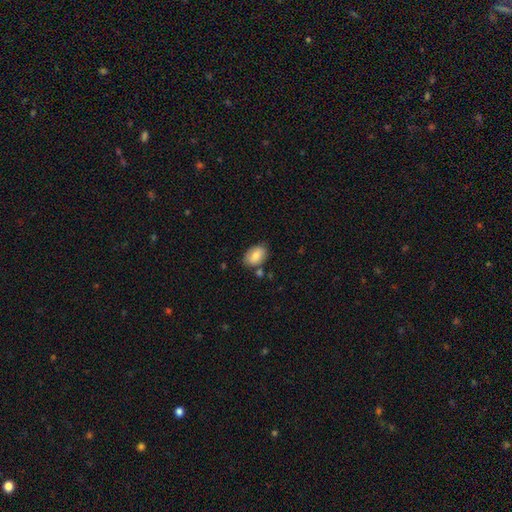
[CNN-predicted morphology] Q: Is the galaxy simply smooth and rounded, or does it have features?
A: smooth — 80%.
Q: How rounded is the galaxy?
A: in between — 90%.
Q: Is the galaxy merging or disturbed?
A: none — 74%.